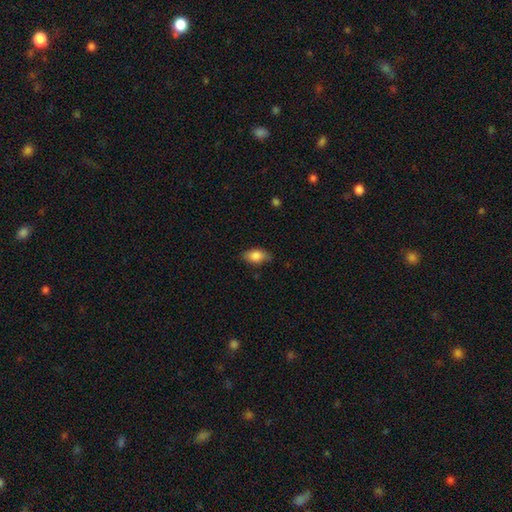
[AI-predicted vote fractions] This is clearly a smooth galaxy (83%). How rounded: clearly in between (89%). Merging: clearly none (80%).